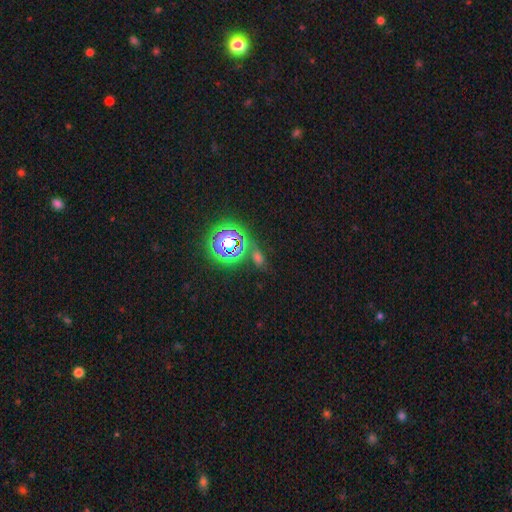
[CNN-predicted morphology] A star or artifact, not a galaxy (63%).

Vote fractions:
- Smooth or featured? star or artifact: 63% / smooth: 24% / featured or disk: 13%